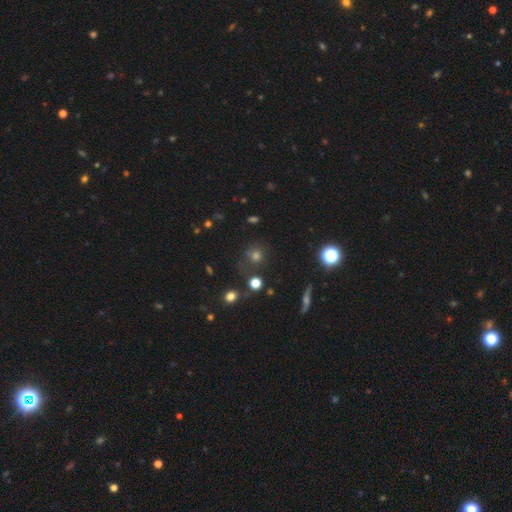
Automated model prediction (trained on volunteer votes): This is likely a smooth galaxy (60%). How rounded: clearly round (89%). Merging: likely none (74%).